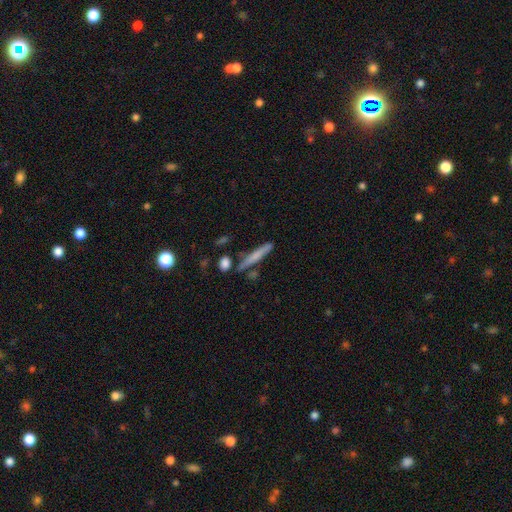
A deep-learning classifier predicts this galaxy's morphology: smooth-or-featured: smooth: 61% | featured or disk: 32% | star or artifact: 7%
  how-rounded: cigar-shaped: 92% | in between: 6% | round: 2%
  merging: none: 78% | minor disturbance: 12% | merger: 8% | major disturbance: 3%